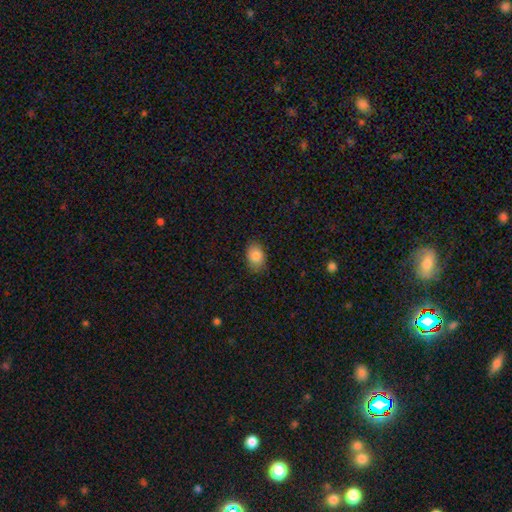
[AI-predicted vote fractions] Smooth or featured? Predicted: smooth (p=0.86). How rounded? Predicted: in between (p=0.79). Merging? Predicted: none (p=0.86).